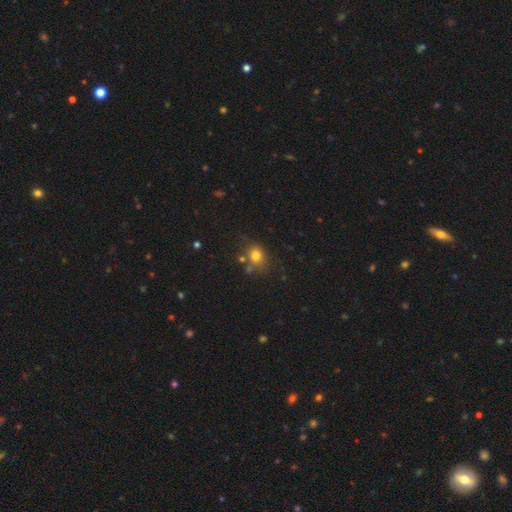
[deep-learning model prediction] smooth 77%, star or artifact 14%, featured or disk 9%. Down the decision tree: how rounded — round (62%); merging — none (65%).